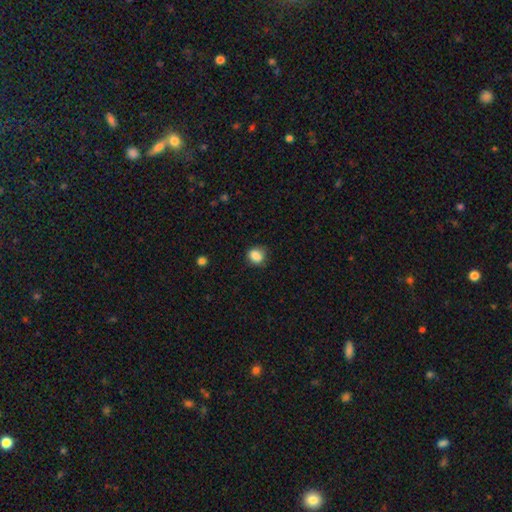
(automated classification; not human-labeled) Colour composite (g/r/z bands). It shows a smooth galaxy with no disk features (86%) that is round (63%). Merging: none (81%).